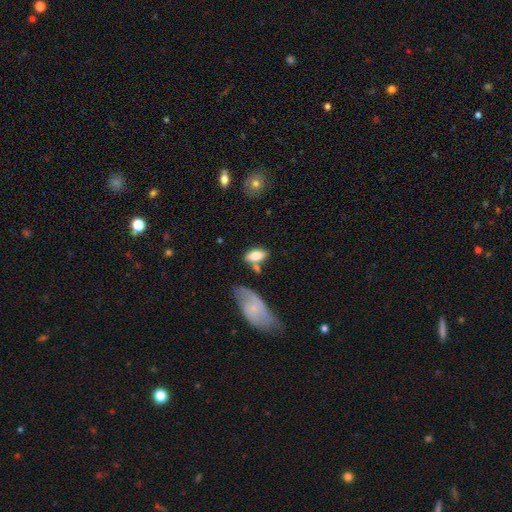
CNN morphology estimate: A smooth galaxy with no disk features (75%) that is in between round and cigar-shaped (88%).

Vote fractions:
- Smooth or featured? smooth: 75% / featured or disk: 18% / star or artifact: 7%
- How rounded? in between: 88% / cigar-shaped: 7% / round: 4%
- Merging? none: 58% / minor disturbance: 19% / merger: 16% / major disturbance: 6%